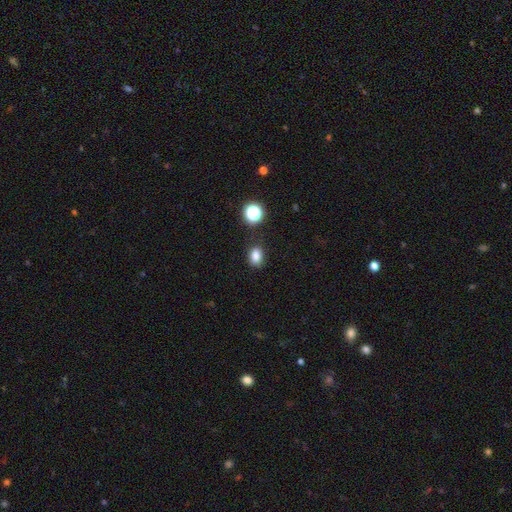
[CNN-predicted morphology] This appears to be a smooth galaxy with no disk features (82%) that is in between round and cigar-shaped (69%). Merging: none (82%).